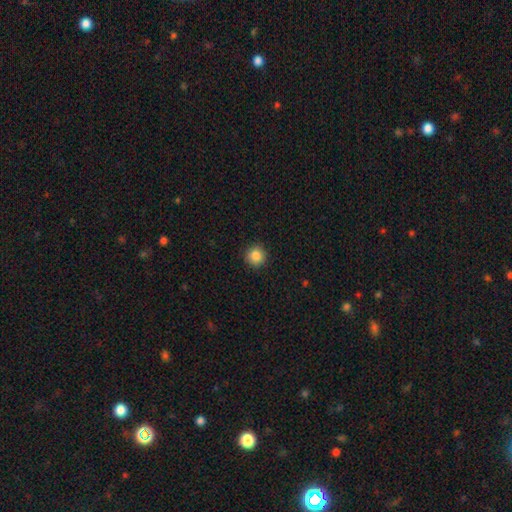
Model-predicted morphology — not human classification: Overall: smooth (86%). How rounded: round (94%). Merging: none (91%).